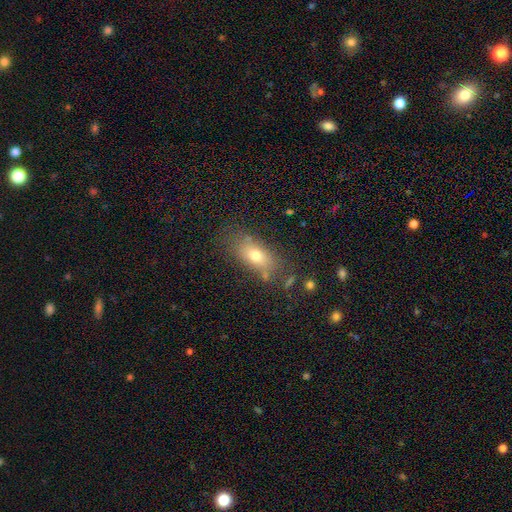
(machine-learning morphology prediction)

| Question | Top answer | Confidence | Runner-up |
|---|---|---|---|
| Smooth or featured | smooth | 72% | featured or disk (18%) |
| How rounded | in between | 82% | cigar-shaped (9%) |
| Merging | none | 68% | minor disturbance (18%) |